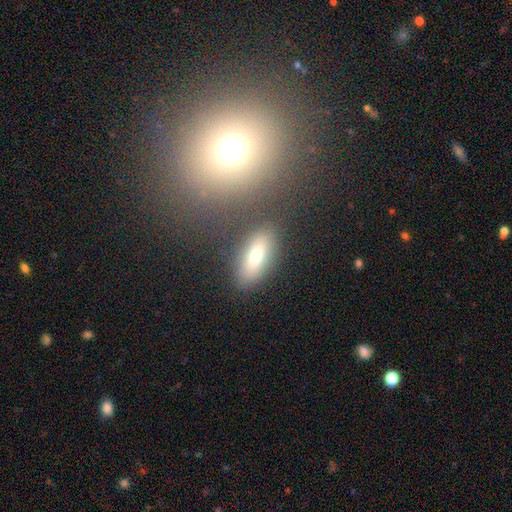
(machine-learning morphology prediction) A smooth galaxy with no disk features (73%) that is in between round and cigar-shaped (76%).

Vote fractions:
- Smooth or featured? smooth: 73% / featured or disk: 17% / star or artifact: 10%
- How rounded? in between: 76% / cigar-shaped: 19% / round: 5%
- Merging? none: 80% / minor disturbance: 11% / major disturbance: 4% / merger: 4%